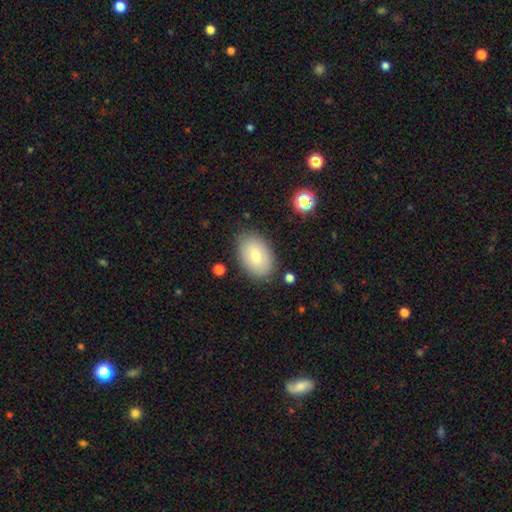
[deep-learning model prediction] Overall: smooth (74%). How rounded: in between (89%). Merging: none (85%).